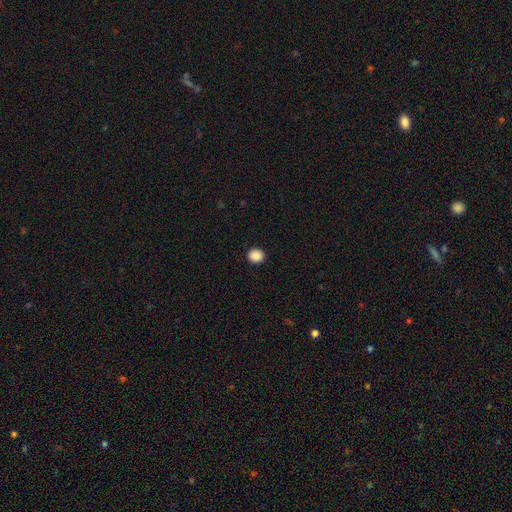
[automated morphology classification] Q: Smooth or featured?
A: smooth (89%); runner-up: star or artifact (9%)
Q: How rounded?
A: round (85%); runner-up: in between (14%)
Q: Merging?
A: none (92%); runner-up: minor disturbance (5%)